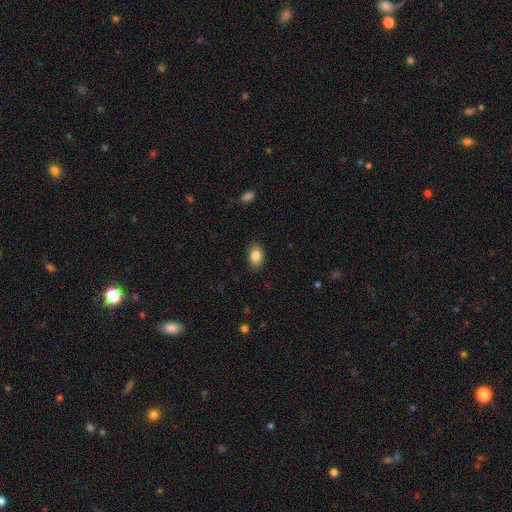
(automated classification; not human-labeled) Smooth or featured? smooth (85%)
How rounded? in between (82%)
Merging? none (87%)